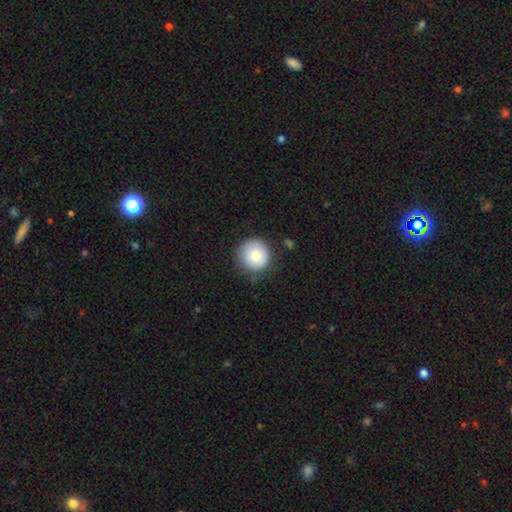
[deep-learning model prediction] Smooth or featured? Predicted: smooth (p=0.82). How rounded? Predicted: round (p=0.94). Merging? Predicted: none (p=0.80).